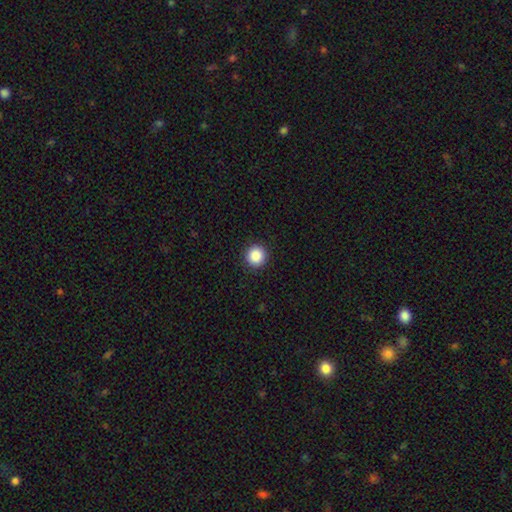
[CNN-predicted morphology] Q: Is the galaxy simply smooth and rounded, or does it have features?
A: smooth — 88%.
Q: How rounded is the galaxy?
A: round — 96%.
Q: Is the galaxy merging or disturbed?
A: none — 93%.